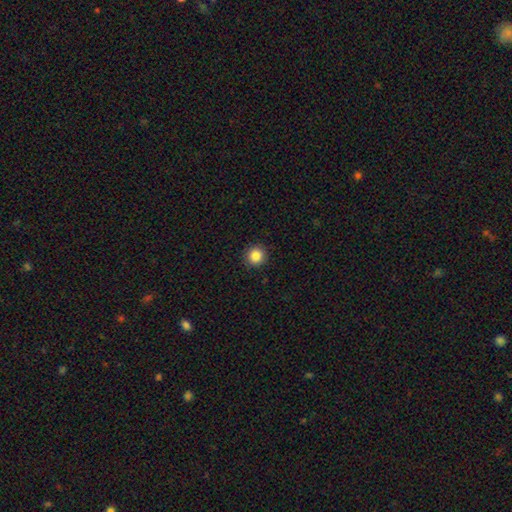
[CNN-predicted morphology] The model was most divided on "smooth or featured": smooth: 86%, star or artifact: 10%, featured or disk: 4%. More confident: how rounded — round (95%); merging — none (92%).